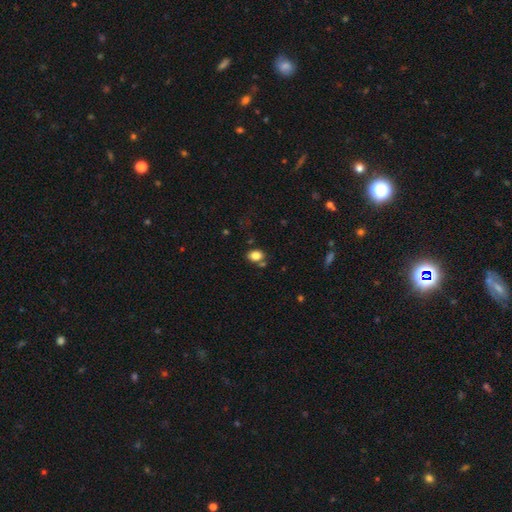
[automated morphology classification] A smooth galaxy with no disk features (83%) that is in between round and cigar-shaped (70%). Merging: none (71%).